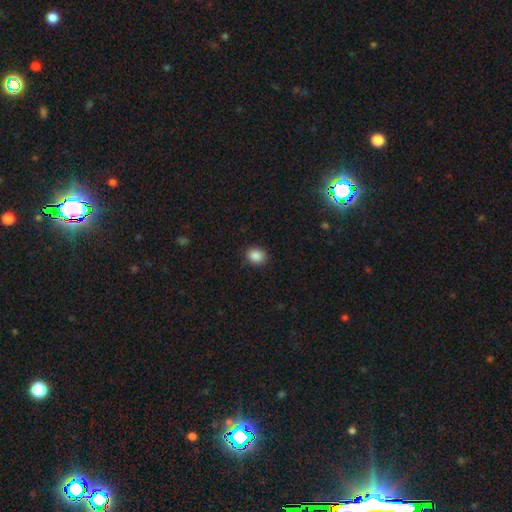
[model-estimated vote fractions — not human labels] This is clearly a smooth galaxy (87%). How rounded: likely round (62%). Merging: clearly none (87%).